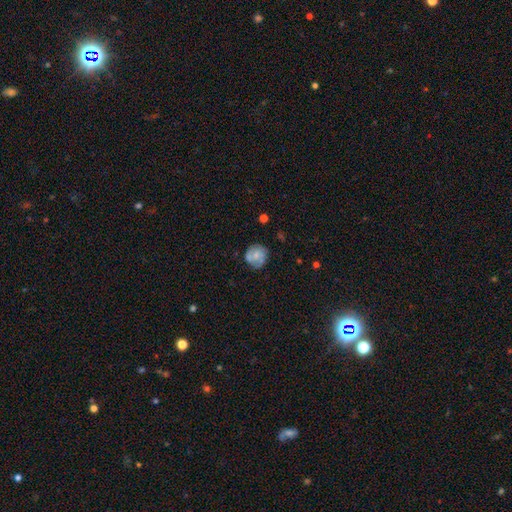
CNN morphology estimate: Smooth or featured? Predicted: smooth (p=0.51). How rounded? Predicted: round (p=0.85). Merging? Predicted: none (p=0.69).